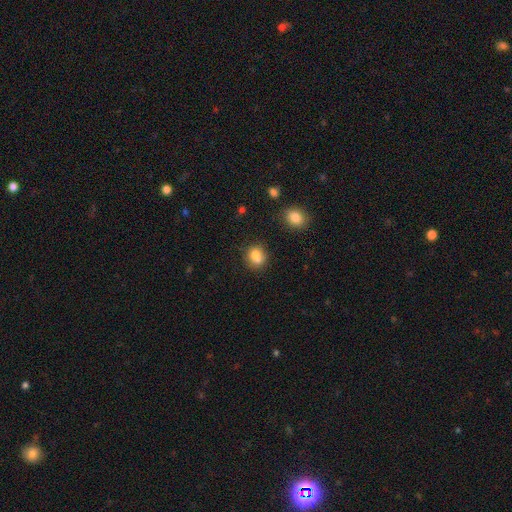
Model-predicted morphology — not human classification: A smooth galaxy with no disk features (80%) that is round (52%). Merging: none (60%).